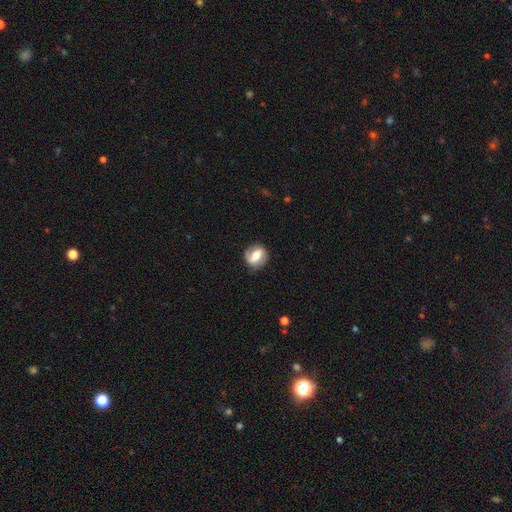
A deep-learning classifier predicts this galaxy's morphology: This appears to be a featured or disk galaxy (56%) with a weak bar (38%, tied with strong), spiral arms (78%) and a moderate central bulge (55%). Merging: none (81%).